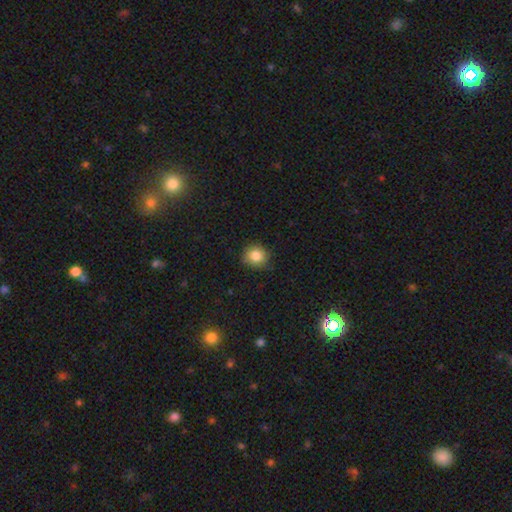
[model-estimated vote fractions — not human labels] smooth-or-featured: smooth: 84% | star or artifact: 11% | featured or disk: 5%
  how-rounded: round: 87% | in between: 12% | cigar-shaped: 1%
  merging: none: 85% | minor disturbance: 12% | major disturbance: 2% | merger: 1%